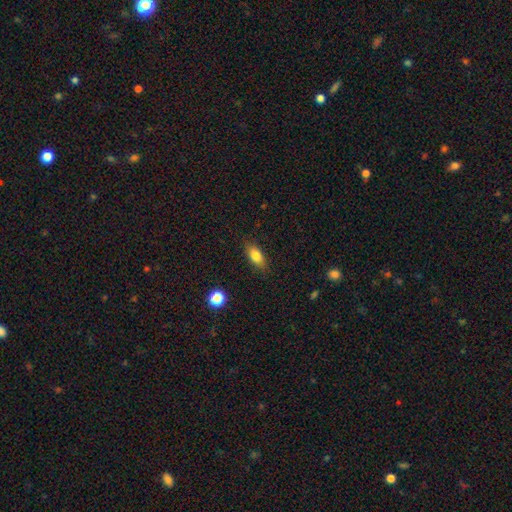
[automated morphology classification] This appears to be a smooth galaxy with no disk features (82%) that is in between round and cigar-shaped (83%). Merging: none (84%).